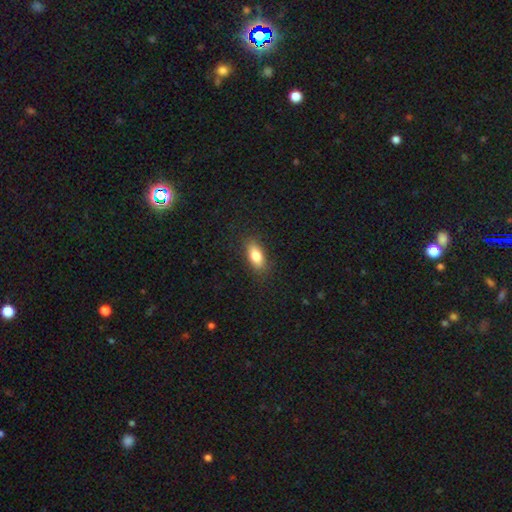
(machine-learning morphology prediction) The model was most divided on "smooth or featured": smooth: 81%, featured or disk: 12%, star or artifact: 7%. More confident: merging — none (85%); how rounded — in between (83%).